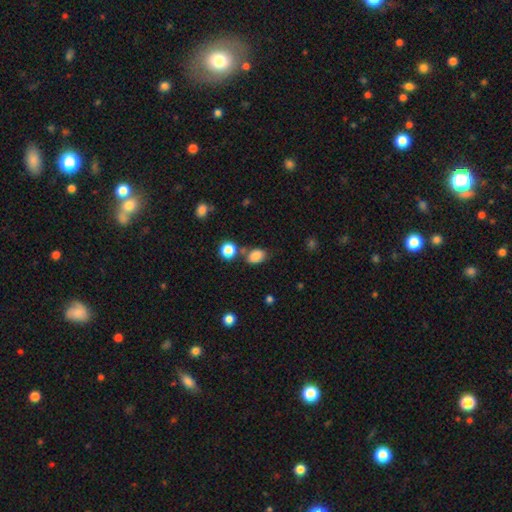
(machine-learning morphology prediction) The model was most divided on "merging": none: 65%, minor disturbance: 17%, merger: 13%, major disturbance: 5%. More confident: smooth or featured — smooth (83%); how rounded — in between (77%).